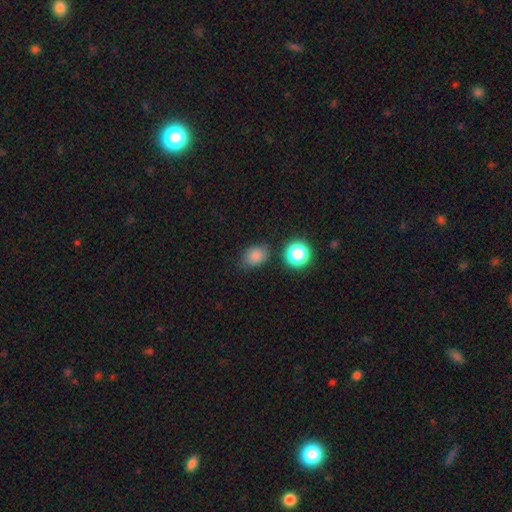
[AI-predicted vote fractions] A smooth galaxy with no disk features (82%) that is in between round and cigar-shaped (56%). Merging: none (74%).